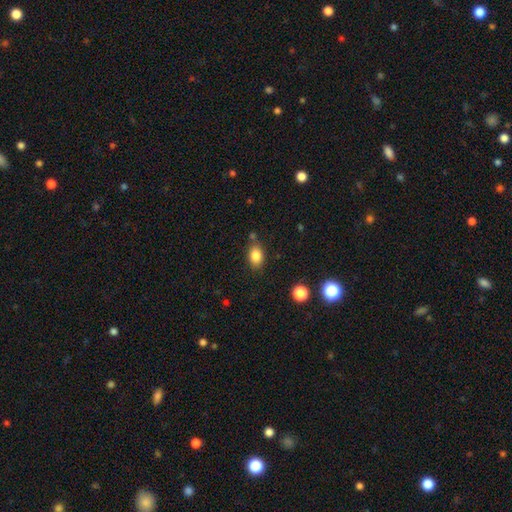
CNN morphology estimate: This appears to be a smooth galaxy with no disk features (84%) that is in between round and cigar-shaped (79%). Merging: none (75%).